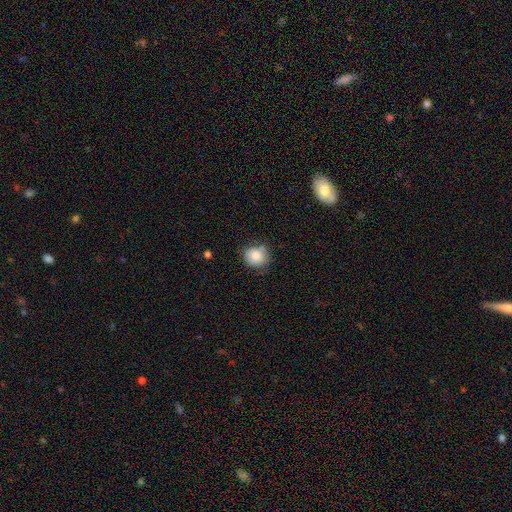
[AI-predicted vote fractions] The model was most divided on "merging": none: 68%, minor disturbance: 21%, merger: 6%, major disturbance: 5%. More confident: smooth or featured — smooth (84%); how rounded — round (79%).